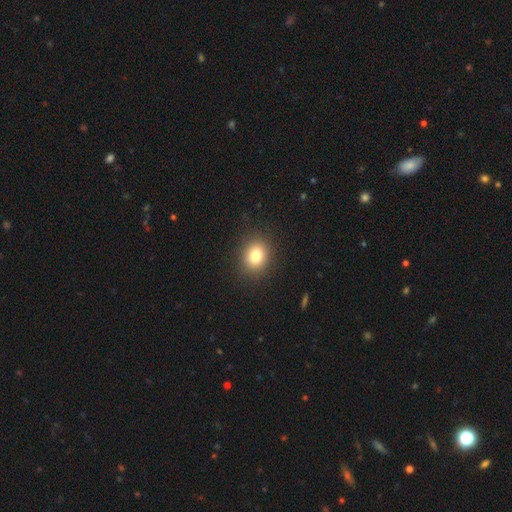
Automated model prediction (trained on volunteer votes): Smooth or featured? smooth (80%)
How rounded? round (63%)
Merging? none (89%)